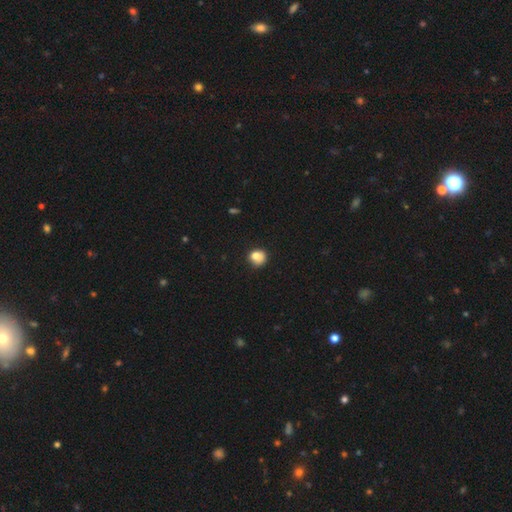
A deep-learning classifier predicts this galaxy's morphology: This is likely a smooth galaxy (78%). How rounded: clearly round (82%). Merging: likely none (62%).